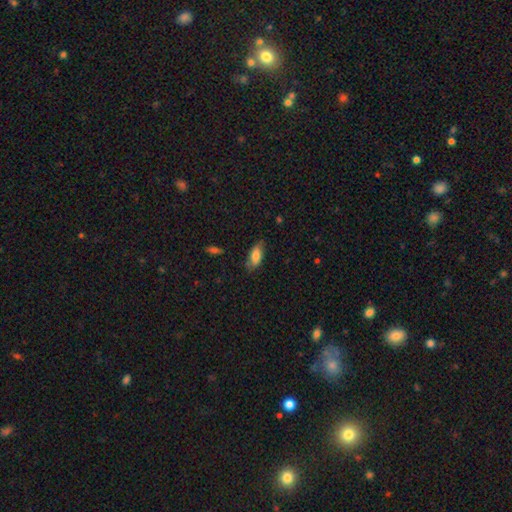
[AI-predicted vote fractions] Smooth or featured: smooth — 79% (featured or disk — 14%)
How rounded: in between — 86% (cigar-shaped — 11%)
Merging: none — 70% (minor disturbance — 23%)